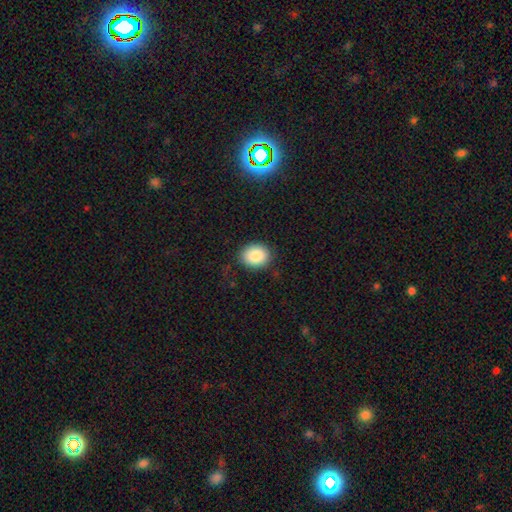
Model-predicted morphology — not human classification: A smooth galaxy with no disk features (86%) that is round (52%). Merging: none (83%).